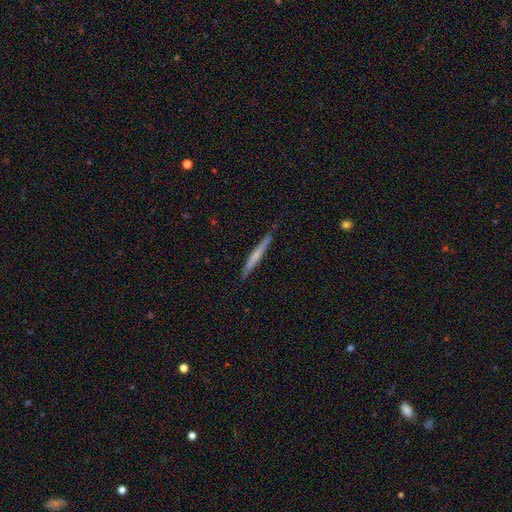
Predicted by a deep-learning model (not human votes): featured or disk 50%, smooth 44%, star or artifact 6%. Down the decision tree: merging — none (86%).